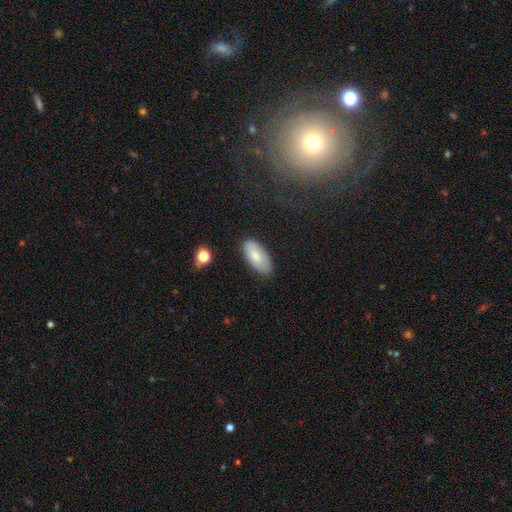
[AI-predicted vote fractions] The model was most divided on "smooth or featured": smooth: 78%, featured or disk: 16%, star or artifact: 6%. More confident: how rounded — in between (92%); merging — none (81%).